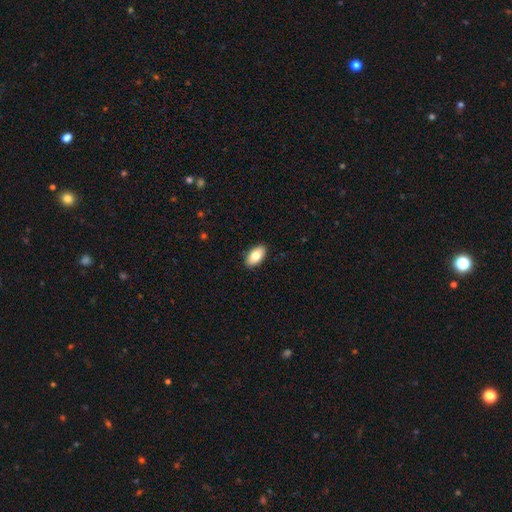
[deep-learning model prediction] smooth-or-featured: smooth: 82% | featured or disk: 11% | star or artifact: 7%
  how-rounded: in between: 94% | round: 3% | cigar-shaped: 3%
  merging: none: 90% | minor disturbance: 7% | major disturbance: 2% | merger: 1%